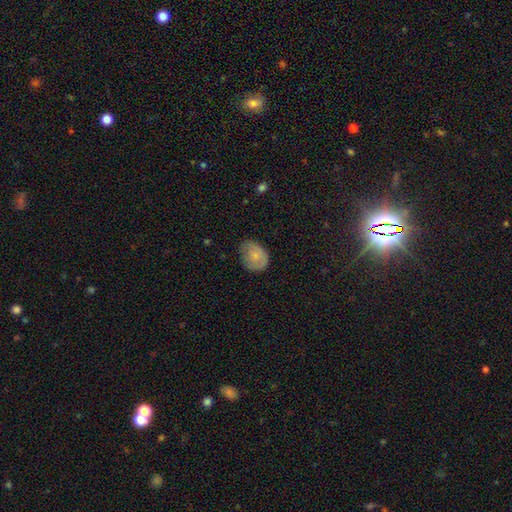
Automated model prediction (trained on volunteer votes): Smooth or featured?
  - smooth: 74% *
  - featured or disk: 18%
  - star or artifact: 8%
How rounded?
  - in between: 57% *
  - round: 42%
  - cigar-shaped: 1%
Merging?
  - none: 57% *
  - minor disturbance: 32%
  - major disturbance: 10%
  - merger: 1%